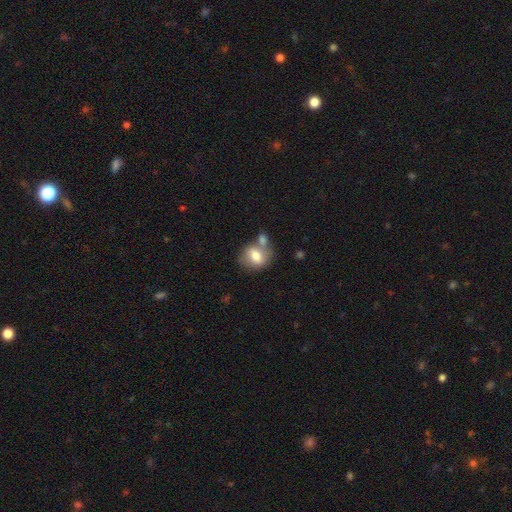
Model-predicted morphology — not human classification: smooth 72%, featured or disk 21%, star or artifact 8%. Down the decision tree: how rounded — in between (52%); merging — none (45%).